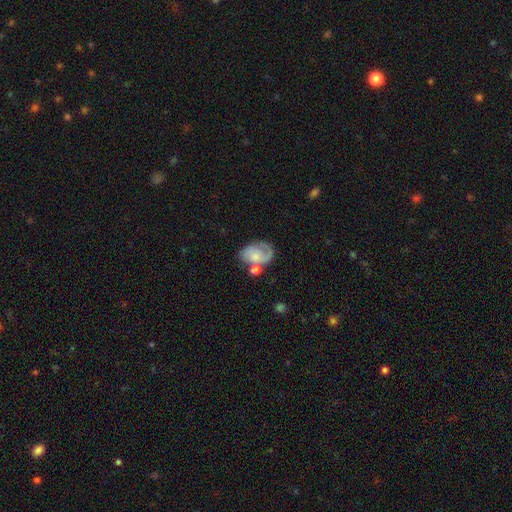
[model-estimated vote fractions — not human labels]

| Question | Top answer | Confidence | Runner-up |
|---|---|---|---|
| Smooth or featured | featured or disk | 51% | smooth (41%) |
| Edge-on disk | no | 97% | yes (3%) |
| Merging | none | 39% | minor disturbance (22%) |